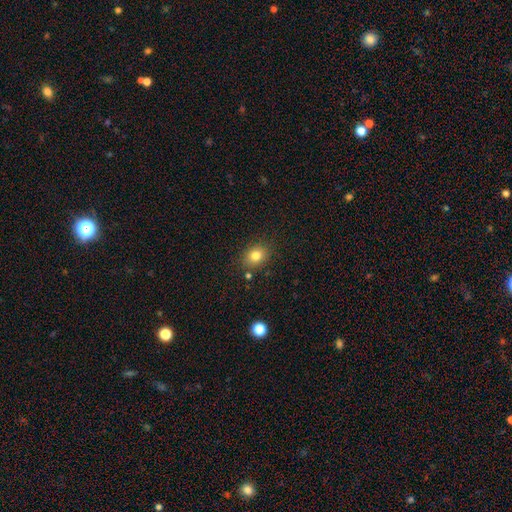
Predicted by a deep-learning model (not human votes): Overall: smooth (81%). How rounded: in between (50%; round 49%). Merging: none (82%).